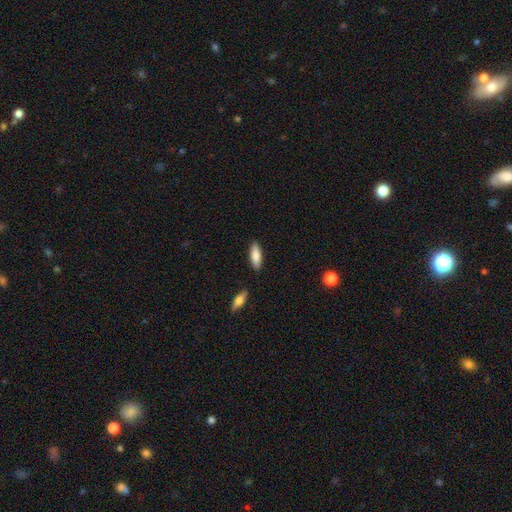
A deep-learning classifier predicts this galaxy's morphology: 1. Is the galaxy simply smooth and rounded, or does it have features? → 80% smooth, 14% featured or disk, 6% star or artifact.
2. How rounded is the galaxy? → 55% in between, 43% cigar-shaped, 2% round.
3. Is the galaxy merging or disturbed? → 86% none, 9% minor disturbance, 3% merger, 2% major disturbance.